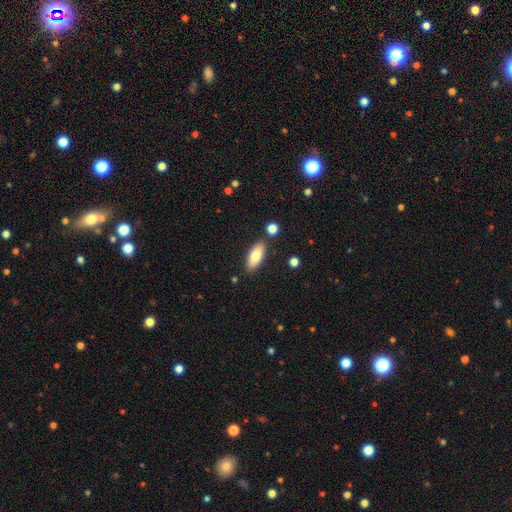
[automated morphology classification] Q: Smooth or featured?
A: smooth (78%); runner-up: featured or disk (16%)
Q: How rounded?
A: in between (79%); runner-up: cigar-shaped (19%)
Q: Merging?
A: none (84%); runner-up: minor disturbance (10%)